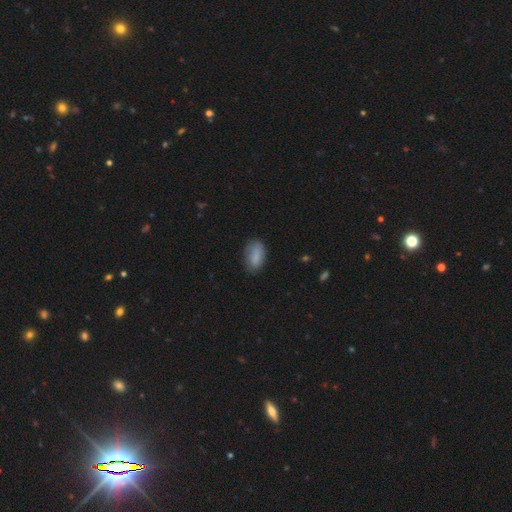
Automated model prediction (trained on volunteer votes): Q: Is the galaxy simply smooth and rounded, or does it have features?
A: smooth — 85%.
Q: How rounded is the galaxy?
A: in between — 92%.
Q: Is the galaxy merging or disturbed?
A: none — 72%.